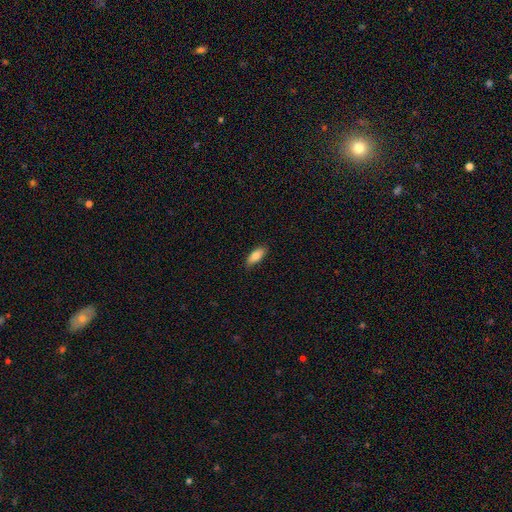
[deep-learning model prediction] A smooth galaxy with no disk features (83%) that is in between round and cigar-shaped (81%). Merging: none (85%).